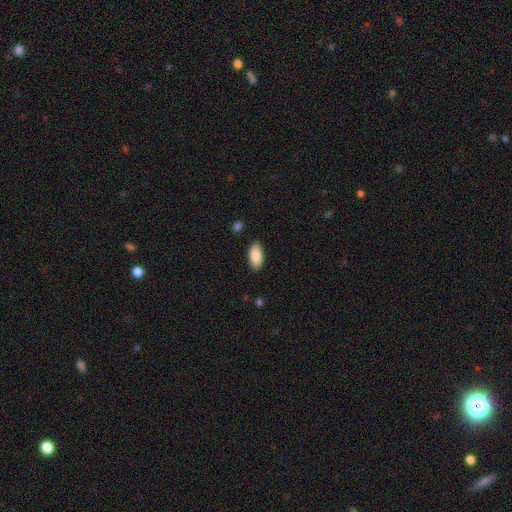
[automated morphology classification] Smooth or featured? smooth (87%)
How rounded? in between (91%)
Merging? none (88%)